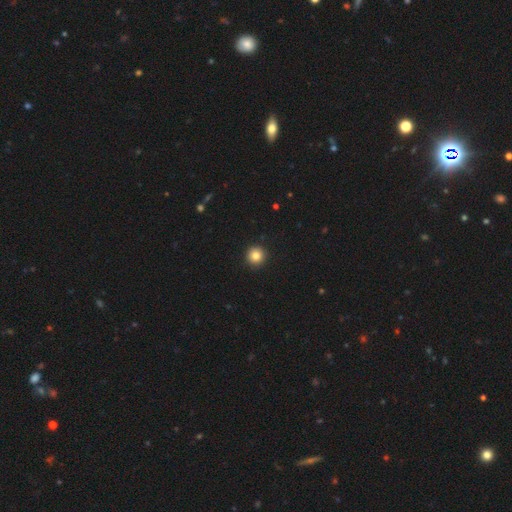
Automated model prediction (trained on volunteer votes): smooth 83%, star or artifact 11%, featured or disk 6%. Down the decision tree: how rounded — round (96%); merging — none (93%).